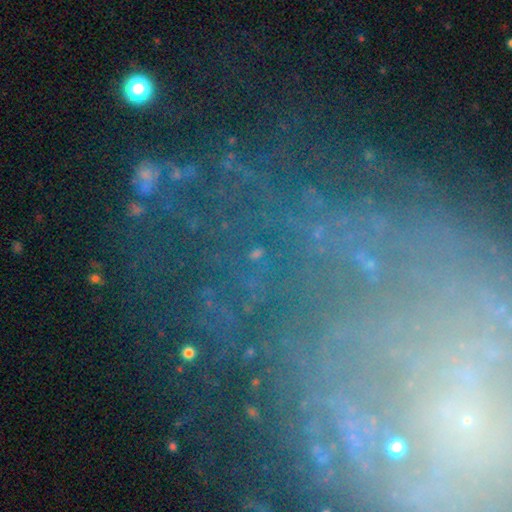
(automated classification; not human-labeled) The model was most divided on "smooth or featured": star or artifact: 46%, featured or disk: 37%, smooth: 17%.